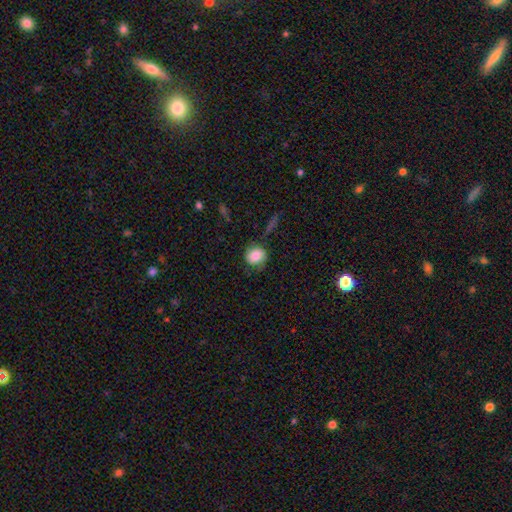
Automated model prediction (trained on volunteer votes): A smooth galaxy with no disk features (75%) that is round (81%). Merging: none (68%).